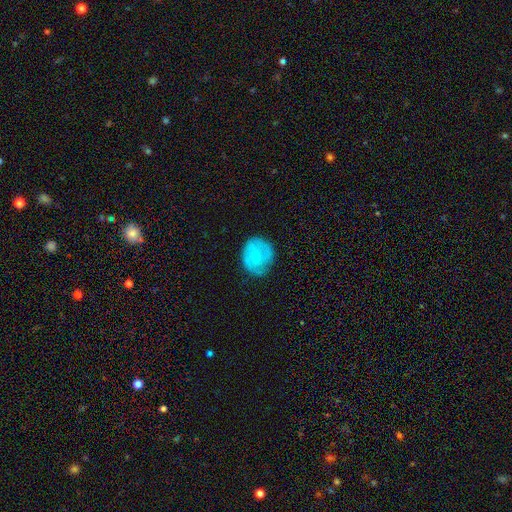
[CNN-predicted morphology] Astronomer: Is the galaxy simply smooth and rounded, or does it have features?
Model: smooth — 51% (runner-up: featured or disk, 42%).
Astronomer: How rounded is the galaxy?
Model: round — 72%.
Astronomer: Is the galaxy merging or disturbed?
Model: none — 72%.